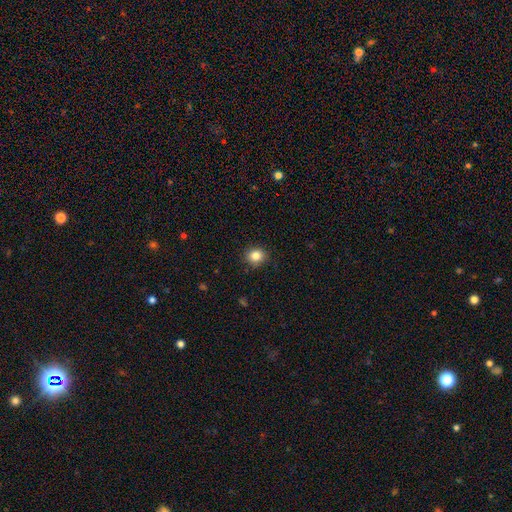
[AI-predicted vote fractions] The model was most divided on "how rounded": round: 80%, in between: 19%, cigar-shaped: 1%. More confident: merging — none (90%); smooth or featured — smooth (83%).